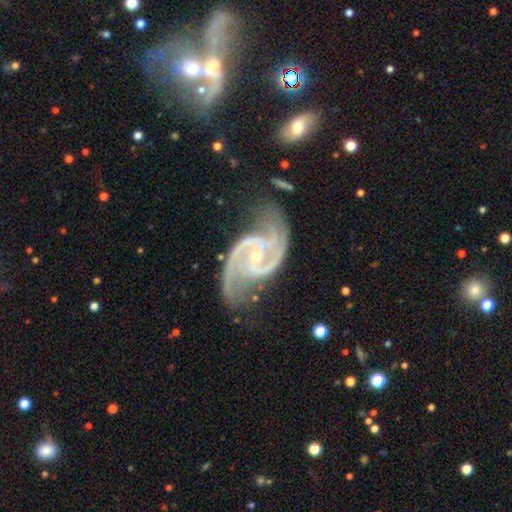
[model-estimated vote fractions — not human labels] smooth_or_featured: featured or disk (p=0.94) [alt: star or artifact p=0.04]
disk_edge_on: no (p=0.98) [alt: yes p=0.02]
bar: no (p=0.45) [alt: weak p=0.36]
has_spiral_arms: yes (p=0.99) [alt: no p=0.01]
spiral_winding: medium (p=0.60) [alt: tight p=0.23]
spiral_arm_count: 2 (p=0.81) [alt: 3 p=0.09]
bulge_size: small (p=0.74) [alt: moderate p=0.23]
merging: none (p=0.58) [alt: minor disturbance p=0.25]